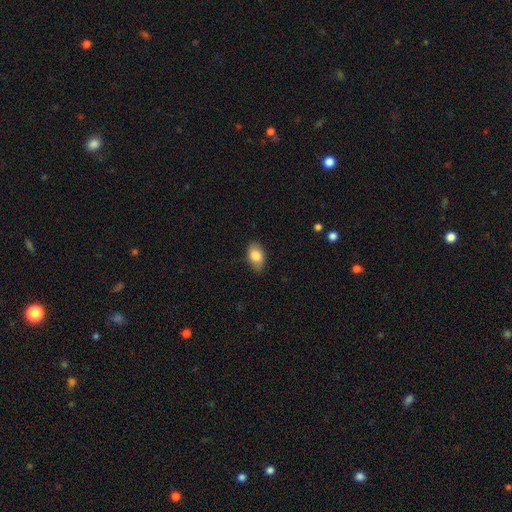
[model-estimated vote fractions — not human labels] Smooth or featured?
  - smooth: 82% *
  - featured or disk: 11%
  - star or artifact: 7%
How rounded?
  - in between: 90% *
  - round: 8%
  - cigar-shaped: 2%
Merging?
  - none: 86% *
  - minor disturbance: 11%
  - major disturbance: 2%
  - merger: 1%